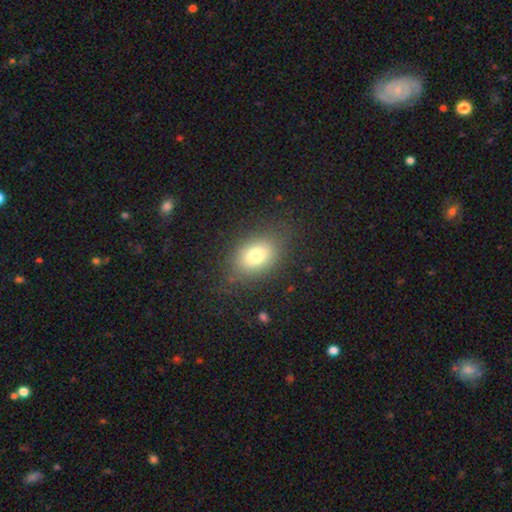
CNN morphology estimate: Smooth or featured: smooth — 74% (featured or disk — 14%)
How rounded: in between — 73% (round — 26%)
Merging: none — 78% (minor disturbance — 13%)